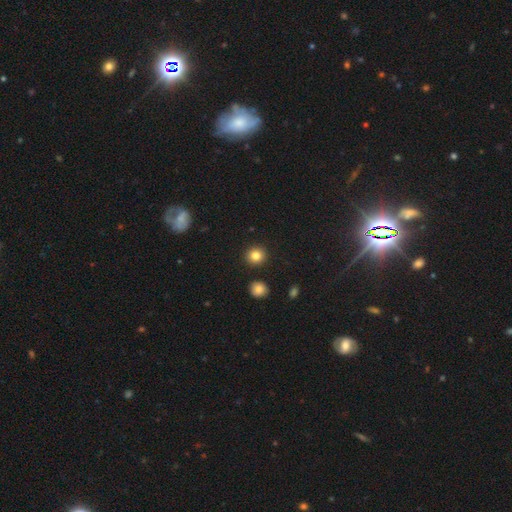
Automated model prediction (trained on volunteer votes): Smooth or featured?
  - smooth: 84% *
  - star or artifact: 10%
  - featured or disk: 5%
How rounded?
  - round: 90% *
  - in between: 9%
  - cigar-shaped: 1%
Merging?
  - none: 91% *
  - minor disturbance: 5%
  - merger: 2%
  - major disturbance: 2%